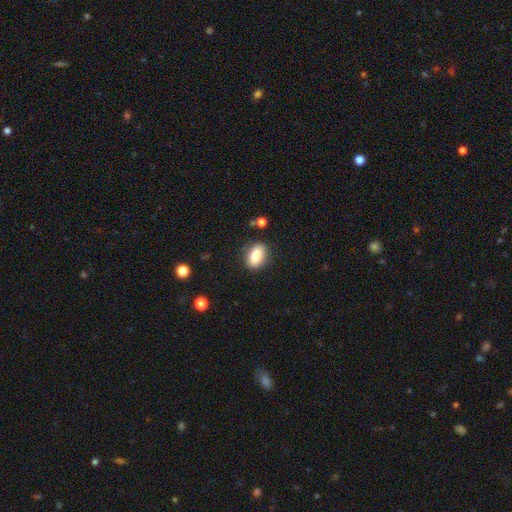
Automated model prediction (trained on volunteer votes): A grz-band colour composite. It shows a smooth galaxy with no disk features (86%) that is in between round and cigar-shaped (87%). Merging: none (82%).